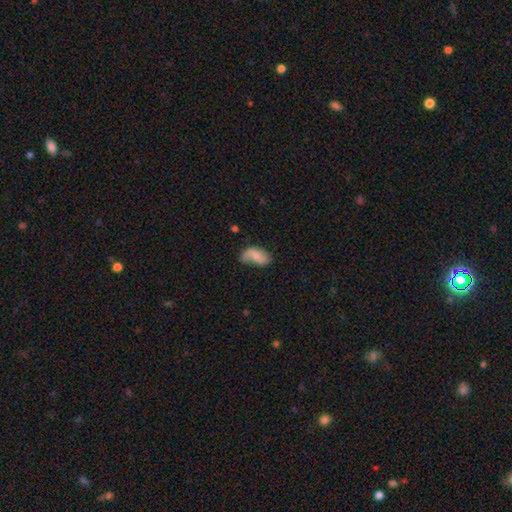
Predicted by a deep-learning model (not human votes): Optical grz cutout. It shows a smooth galaxy with no disk features (69%) that is in between round and cigar-shaped (93%). Merging: none (41%).